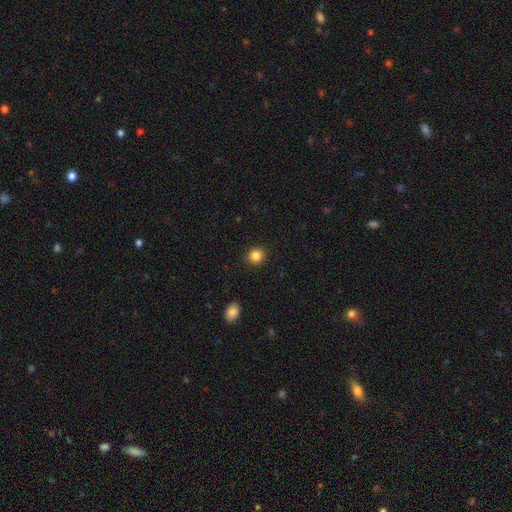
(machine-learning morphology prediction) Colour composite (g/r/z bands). It shows a smooth galaxy with no disk features (85%) that is round (83%). Merging: none (91%).